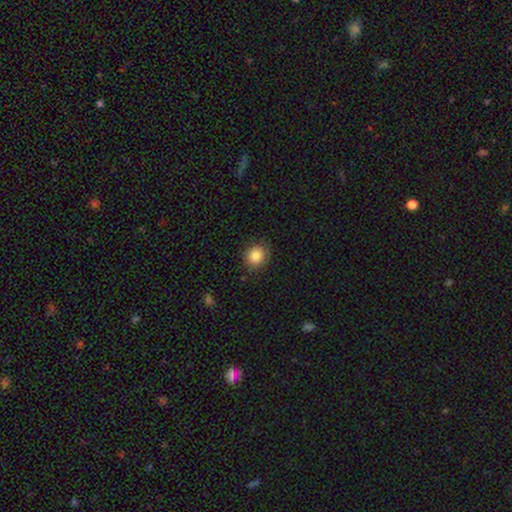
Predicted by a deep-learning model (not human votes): The model was most divided on "how rounded": round: 79%, in between: 20%, cigar-shaped: 1%. More confident: smooth or featured — smooth (85%); merging — none (84%).